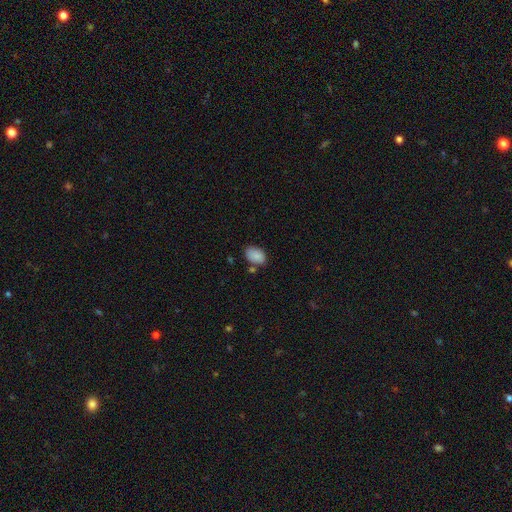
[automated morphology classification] This appears to be a smooth galaxy with no disk features (87%) that is in between round and cigar-shaped (87%). Merging: none (71%).